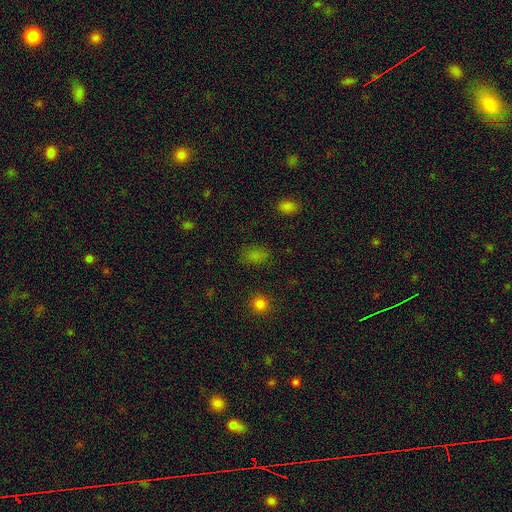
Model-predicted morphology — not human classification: smooth-or-featured: smooth: 73% | star or artifact: 21% | featured or disk: 6%
  how-rounded: in between: 77% | round: 21% | cigar-shaped: 2%
  merging: none: 80% | minor disturbance: 13% | major disturbance: 5% | merger: 2%